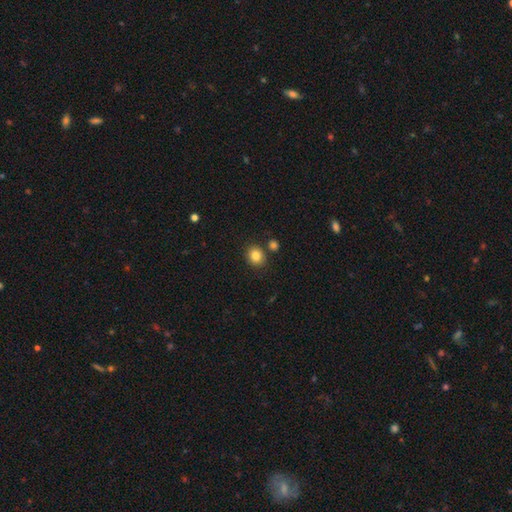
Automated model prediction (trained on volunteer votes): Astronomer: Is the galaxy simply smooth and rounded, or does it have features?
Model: smooth — 84%.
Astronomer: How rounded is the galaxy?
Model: round — 68%.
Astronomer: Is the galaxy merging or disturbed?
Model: none — 82%.